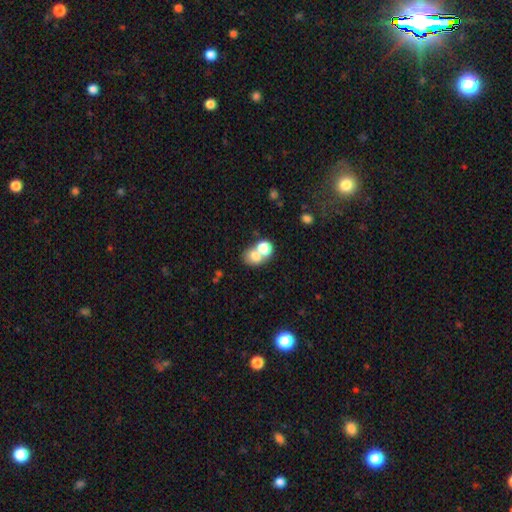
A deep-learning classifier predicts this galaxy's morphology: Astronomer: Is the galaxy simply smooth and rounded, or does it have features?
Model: smooth — 73%.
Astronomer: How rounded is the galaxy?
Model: round — 55% (runner-up: in between, 44%).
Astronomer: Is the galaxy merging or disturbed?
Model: merger — 55% (runner-up: none, 34%).